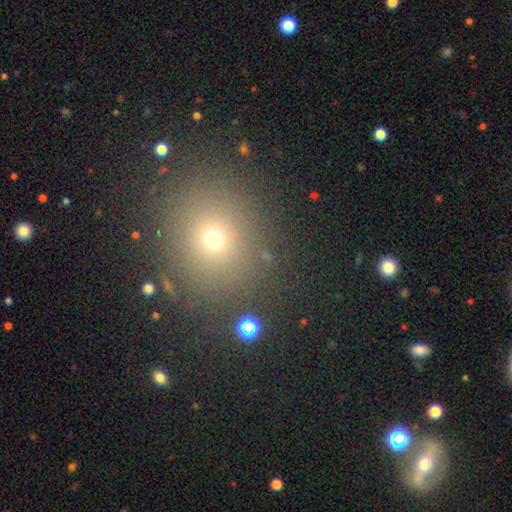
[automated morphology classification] This is likely a smooth galaxy (60%). How rounded: likely round (75%). Merging: clearly none (88%).